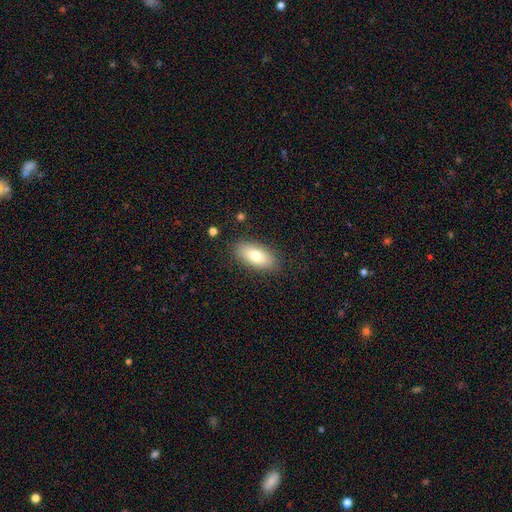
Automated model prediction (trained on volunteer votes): A smooth galaxy with no disk features (76%) that is in between round and cigar-shaped (88%).

Vote fractions:
- Smooth or featured? smooth: 76% / featured or disk: 17% / star or artifact: 7%
- How rounded? in between: 88% / cigar-shaped: 9% / round: 3%
- Merging? none: 86% / minor disturbance: 10% / major disturbance: 3% / merger: 1%